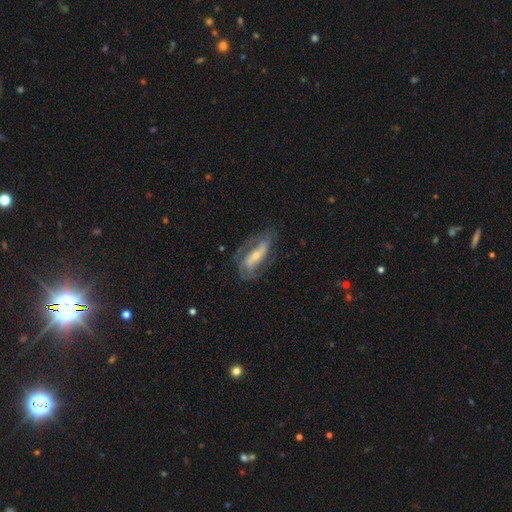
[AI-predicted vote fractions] smooth_or_featured: featured or disk (p=0.80) [alt: smooth p=0.14]
disk_edge_on: no (p=0.90) [alt: yes p=0.10]
bar: strong (p=0.41) [alt: no p=0.30]
has_spiral_arms: yes (p=0.90) [alt: no p=0.10]
spiral_winding: medium (p=0.44) [alt: tight p=0.37]
spiral_arm_count: 2 (p=0.69) [alt: can't tell p=0.15]
bulge_size: small (p=0.62) [alt: moderate p=0.32]
merging: none (p=0.67) [alt: minor disturbance p=0.19]